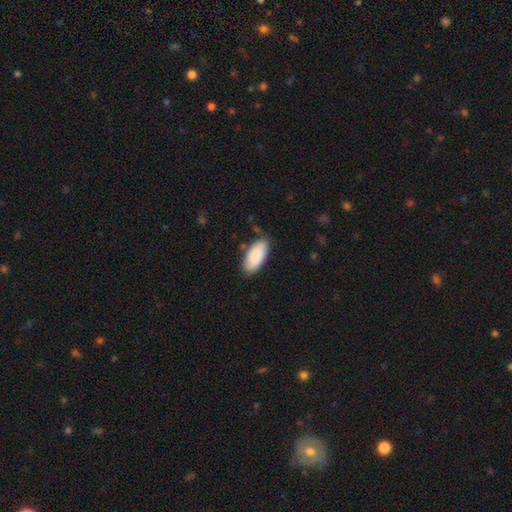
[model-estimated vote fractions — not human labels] Q: Smooth or featured?
A: smooth (89%); runner-up: star or artifact (6%)
Q: How rounded?
A: in between (90%); runner-up: cigar-shaped (8%)
Q: Merging?
A: none (80%); runner-up: minor disturbance (16%)